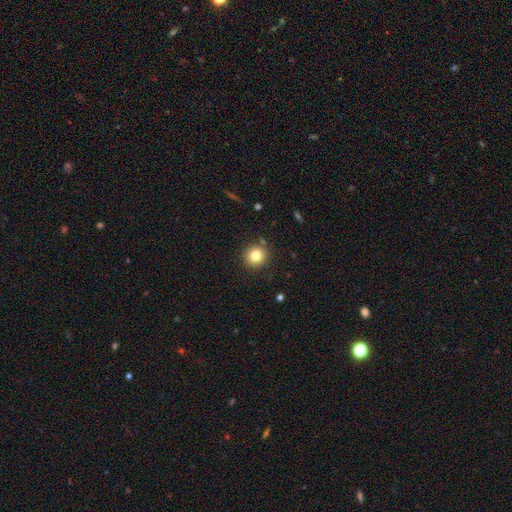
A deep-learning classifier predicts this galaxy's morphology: A smooth galaxy with no disk features (81%) that is round (93%). Merging: none (87%).